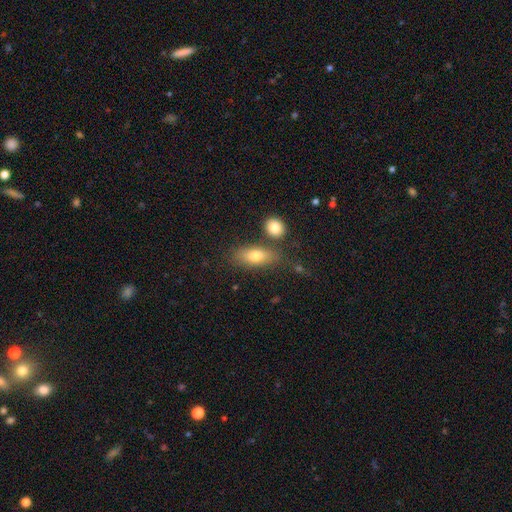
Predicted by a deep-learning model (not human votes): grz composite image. It shows a smooth galaxy with no disk features (75%) that is in between round and cigar-shaped (78%). Merging: none (68%).